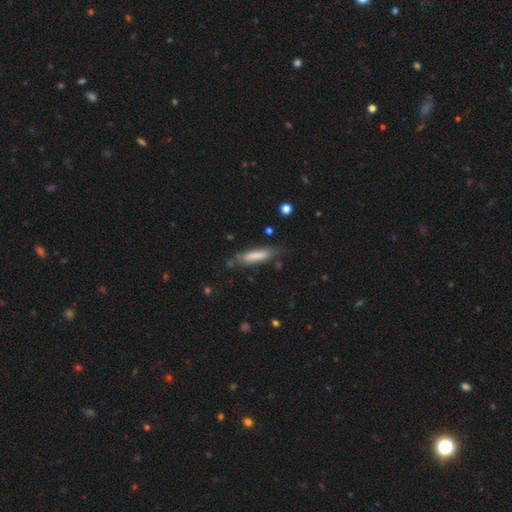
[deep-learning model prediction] This appears to be a smooth galaxy with no disk features (78%) that is cigar-shaped (74%). Merging: none (72%).